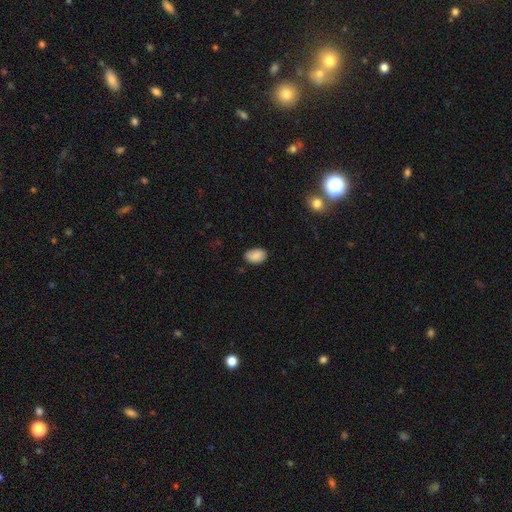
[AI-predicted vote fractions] Morphology: type=smooth (87%); roundness=in between (85%); merging=none (78%).